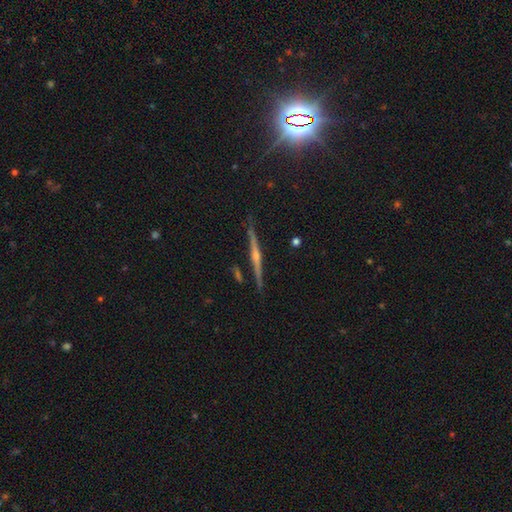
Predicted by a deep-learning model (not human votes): smooth_or_featured: featured or disk (p=0.83) [alt: smooth p=0.09]
disk_edge_on: yes (p=0.98) [alt: no p=0.02]
edge_on_bulge: rounded (p=0.86) [alt: none p=0.08]
merging: none (p=0.89) [alt: minor disturbance p=0.08]